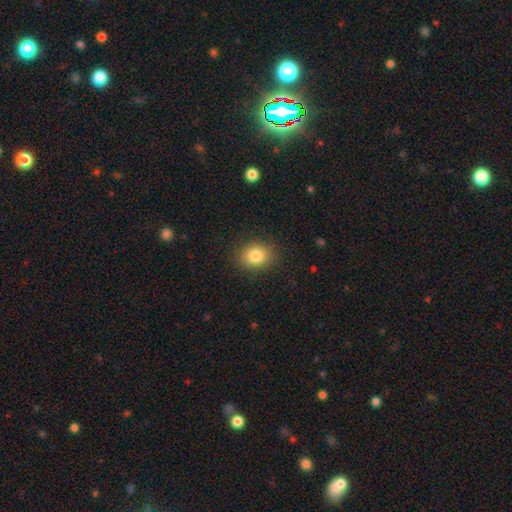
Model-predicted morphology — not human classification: Overall: smooth (83%). How rounded: round (58%; in between 41%). Merging: none (88%).